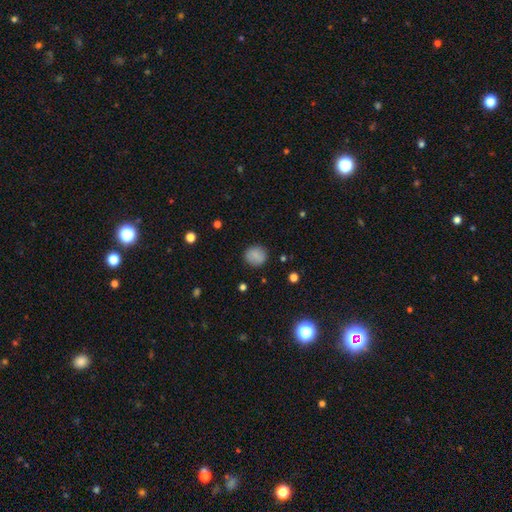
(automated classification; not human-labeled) Smooth or featured?
  - smooth: 82% *
  - featured or disk: 9%
  - star or artifact: 9%
How rounded?
  - round: 86% *
  - in between: 13%
  - cigar-shaped: 1%
Merging?
  - none: 87% *
  - minor disturbance: 9%
  - major disturbance: 3%
  - merger: 1%